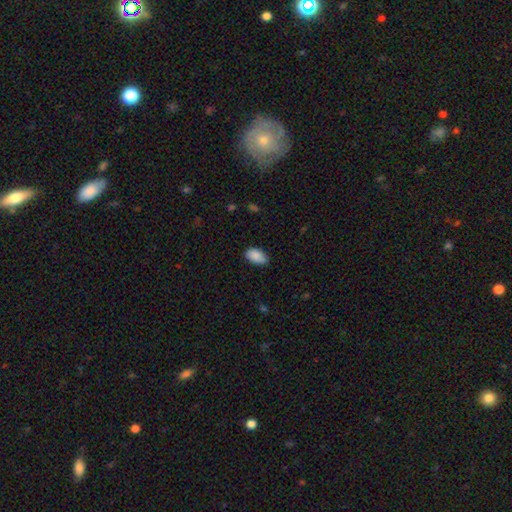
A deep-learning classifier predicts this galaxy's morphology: smooth 88%, star or artifact 7%, featured or disk 5%. Down the decision tree: how rounded — in between (94%); merging — none (77%).